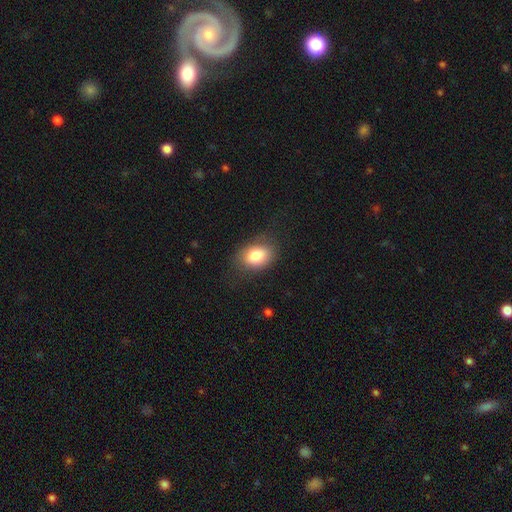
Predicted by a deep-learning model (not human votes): A smooth galaxy with no disk features (81%) that is in between round and cigar-shaped (80%). Merging: none (75%).